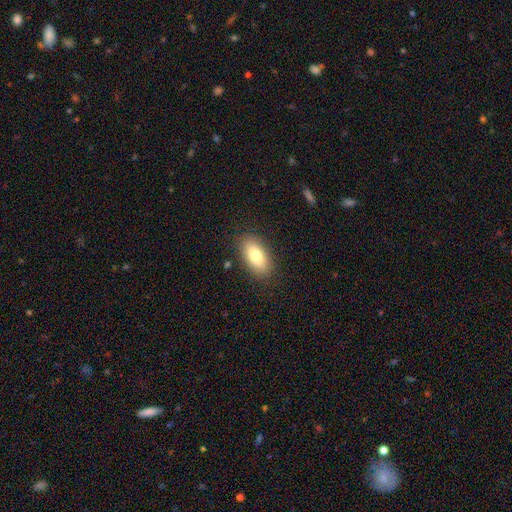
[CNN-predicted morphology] smooth-or-featured: smooth: 79% | featured or disk: 14% | star or artifact: 7%
  how-rounded: in between: 91% | cigar-shaped: 6% | round: 4%
  merging: none: 86% | minor disturbance: 10% | major disturbance: 3% | merger: 1%